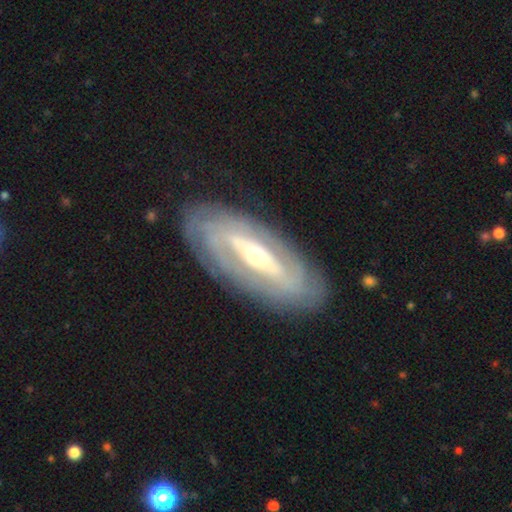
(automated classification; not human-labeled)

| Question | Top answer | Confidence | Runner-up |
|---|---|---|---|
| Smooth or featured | featured or disk | 82% | smooth (13%) |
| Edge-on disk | no | 85% | yes (15%) |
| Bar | strong | 46% | weak (28%) |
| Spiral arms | yes | 79% | no (21%) |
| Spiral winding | tight | 68% | medium (23%) |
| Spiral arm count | can't tell | 42% | 2 (36%) |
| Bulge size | moderate | 59% | small (33%) |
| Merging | none | 83% | minor disturbance (12%) |